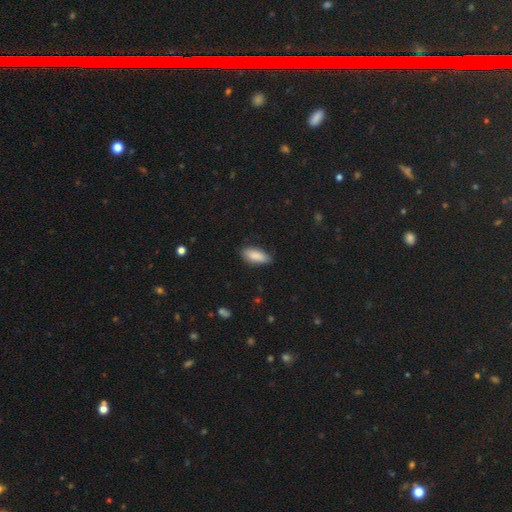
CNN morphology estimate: Q: Smooth or featured?
A: smooth (88%); runner-up: star or artifact (6%)
Q: How rounded?
A: in between (81%); runner-up: cigar-shaped (17%)
Q: Merging?
A: none (82%); runner-up: minor disturbance (14%)